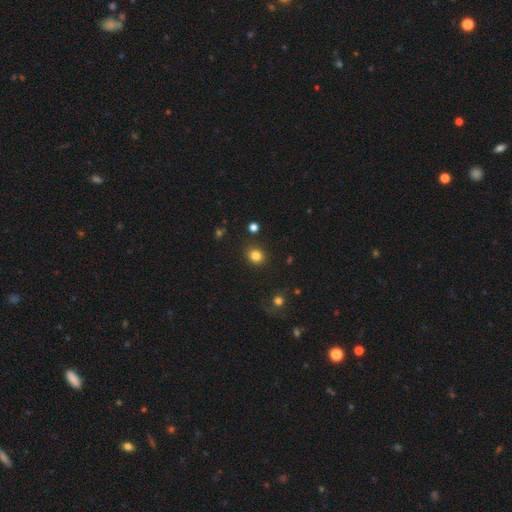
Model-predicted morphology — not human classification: A smooth galaxy with no disk features (82%) that is round (79%). Merging: none (87%).